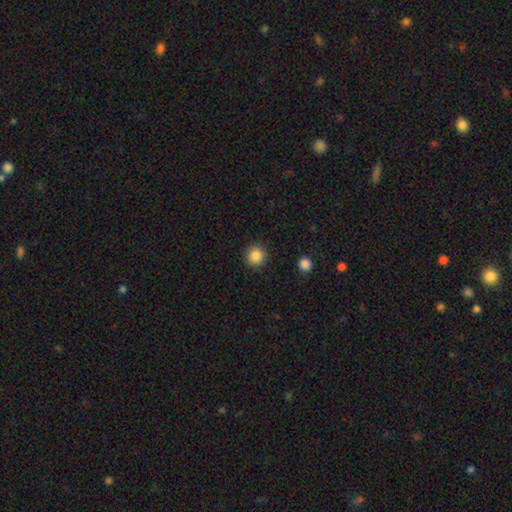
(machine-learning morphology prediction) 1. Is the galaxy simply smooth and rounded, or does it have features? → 87% smooth, 10% star or artifact, 4% featured or disk.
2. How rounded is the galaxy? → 94% round, 5% in between, 1% cigar-shaped.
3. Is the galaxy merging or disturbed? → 91% none, 5% minor disturbance, 2% major disturbance, 1% merger.